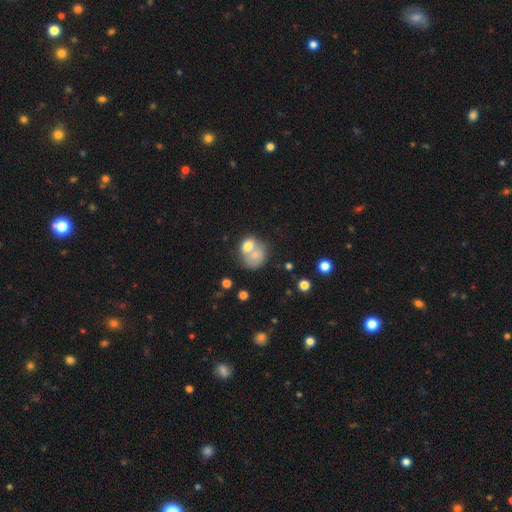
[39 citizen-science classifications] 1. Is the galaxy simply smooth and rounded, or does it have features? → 85% smooth, 10% featured or disk, 5% star or artifact.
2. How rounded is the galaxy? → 67% round, 33% in between, 0% cigar-shaped.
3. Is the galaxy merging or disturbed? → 65% merger, 27% none, 8% minor disturbance, 0% major disturbance.